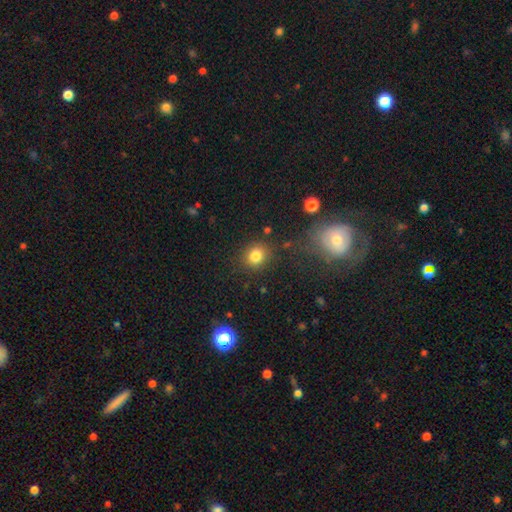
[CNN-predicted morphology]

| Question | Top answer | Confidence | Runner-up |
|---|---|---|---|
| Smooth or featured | smooth | 81% | star or artifact (13%) |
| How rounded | round | 81% | in between (18%) |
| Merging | none | 84% | minor disturbance (9%) |